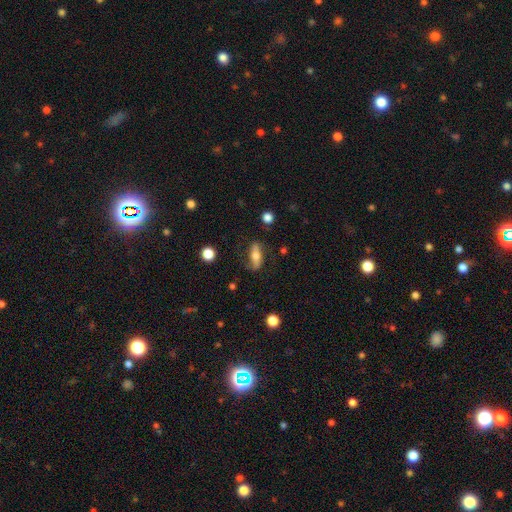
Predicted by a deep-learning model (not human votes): A smooth galaxy with no disk features (55%) that is in between round and cigar-shaped (53%). Merging: none (74%).